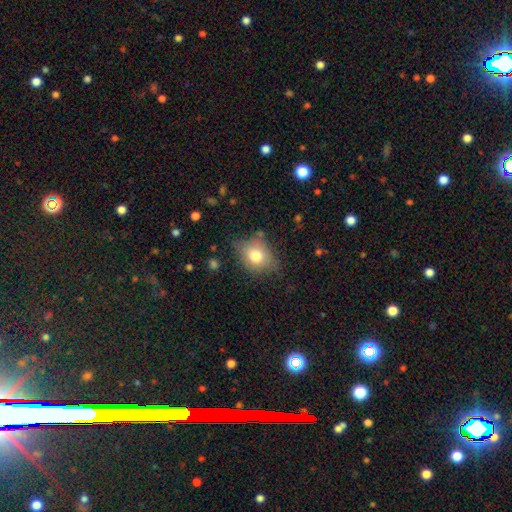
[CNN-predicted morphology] A smooth galaxy with no disk features (74%) that is in between round and cigar-shaped (55%). Merging: none (61%).